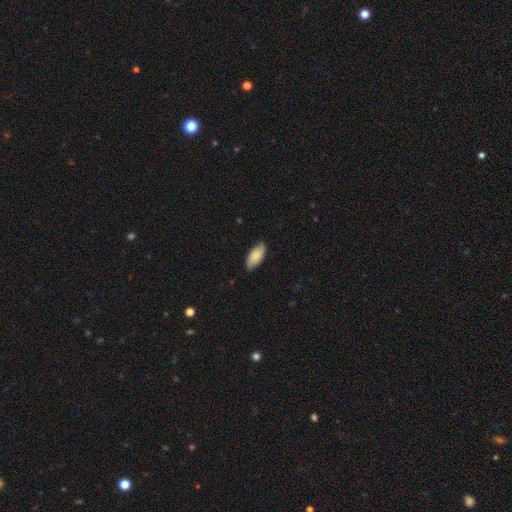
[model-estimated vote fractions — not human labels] smooth_or_featured: smooth (p=0.80) [alt: featured or disk p=0.14]
how_rounded: in between (p=0.89) [alt: cigar-shaped p=0.09]
merging: none (p=0.79) [alt: minor disturbance p=0.17]